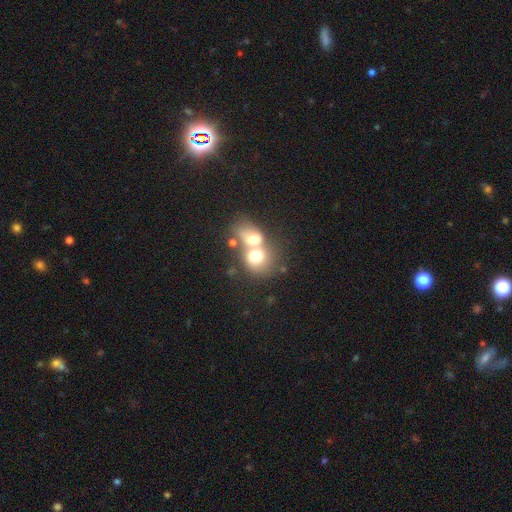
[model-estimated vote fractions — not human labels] Smooth or featured: smooth — 65% (featured or disk — 24%)
How rounded: round — 56% (in between — 43%)
Merging: merger — 75% (none — 15%)